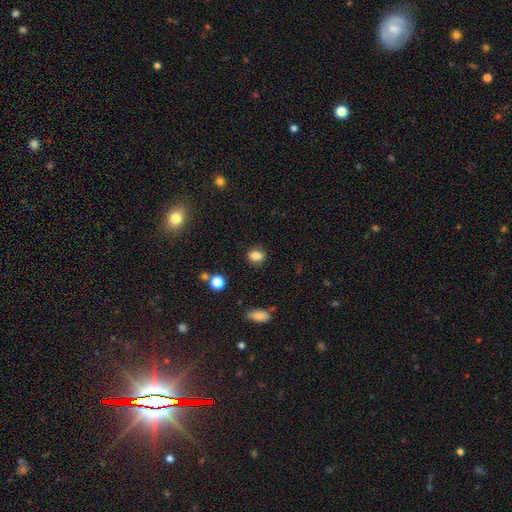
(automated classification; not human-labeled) Smooth or featured? smooth (83%)
How rounded? round (59%)
Merging? none (86%)